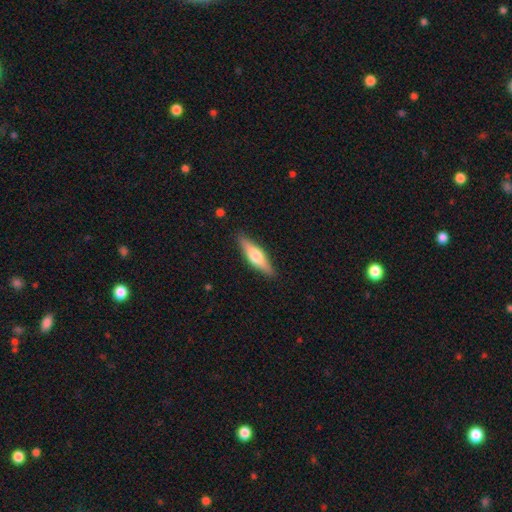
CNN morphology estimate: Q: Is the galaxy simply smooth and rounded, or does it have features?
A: smooth — 48%.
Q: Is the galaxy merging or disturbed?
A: none — 88%.